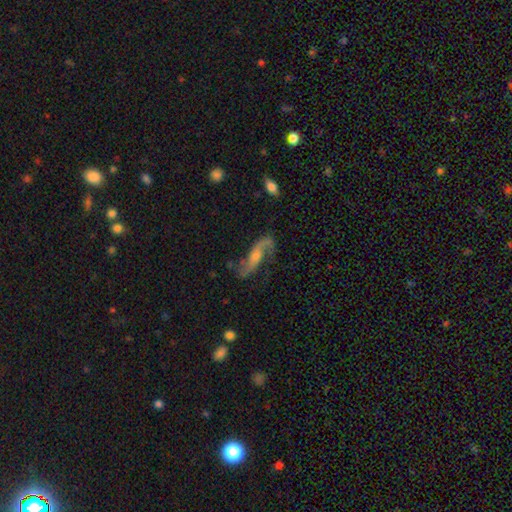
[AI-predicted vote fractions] The model was most divided on "bulge size": moderate: 44%, small: 39%, none: 10%, large: 6%, dominant: 2%. Remaining: spiral arms — yes (94%); spiral arm count — 2 (88%); edge-on disk — no (87%); smooth or featured — featured or disk (81%); spiral winding — loose (75%); merging — none (65%); bar — no (50%).